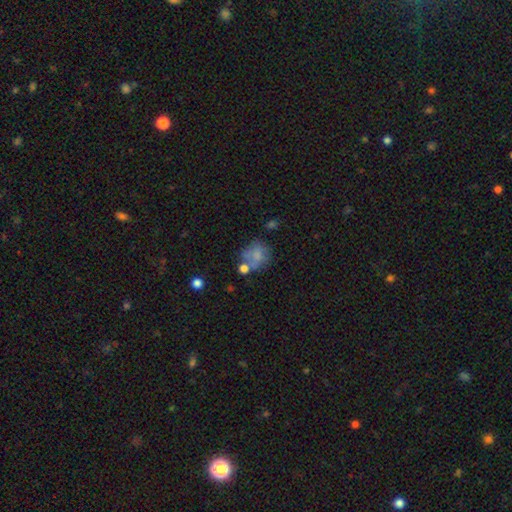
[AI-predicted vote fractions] A smooth galaxy with no disk features (63%) that is round (66%).

Vote fractions:
- Smooth or featured? smooth: 63% / featured or disk: 25% / star or artifact: 12%
- How rounded? round: 66% / in between: 33% / cigar-shaped: 1%
- Merging? none: 42% / minor disturbance: 21% / merger: 20% / major disturbance: 17%